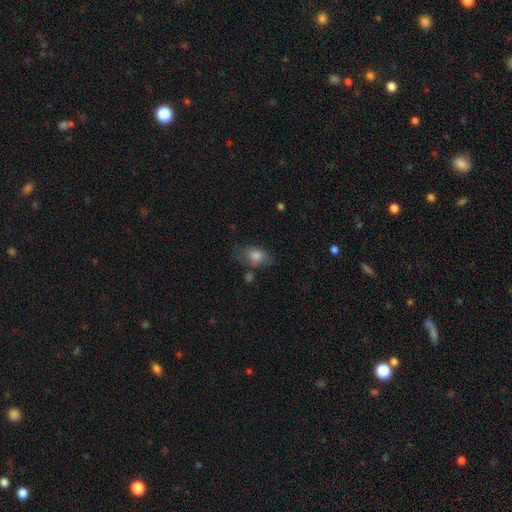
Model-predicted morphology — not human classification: smooth 76%, featured or disk 14%, star or artifact 10%. Down the decision tree: how rounded — in between (82%); merging — none (62%).